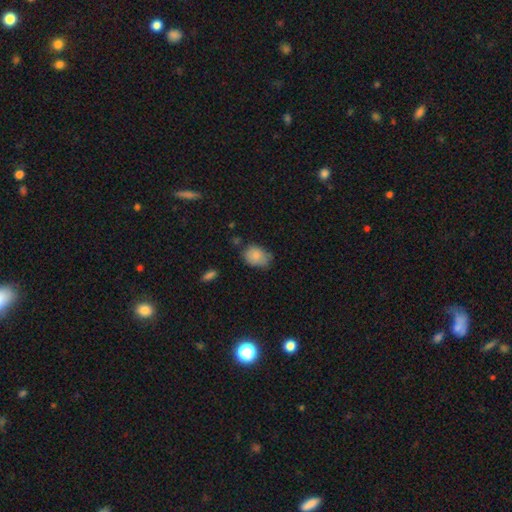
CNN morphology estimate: Smooth or featured? Predicted: smooth (p=0.82). How rounded? Predicted: in between (p=0.72). Merging? Predicted: none (p=0.53).